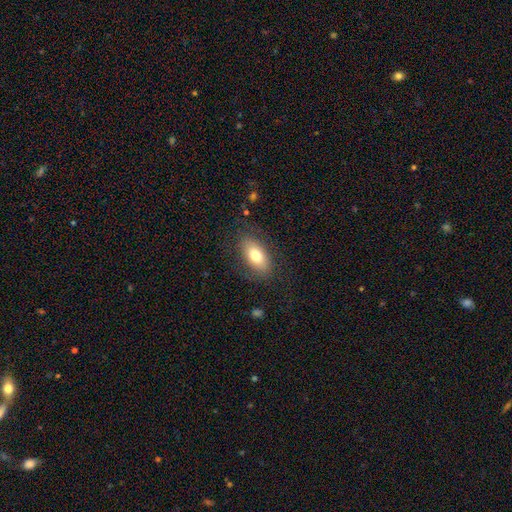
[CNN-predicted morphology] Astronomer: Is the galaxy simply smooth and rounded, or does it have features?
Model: smooth — 76%.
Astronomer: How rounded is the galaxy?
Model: in between — 91%.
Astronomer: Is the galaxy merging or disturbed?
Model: none — 80%.